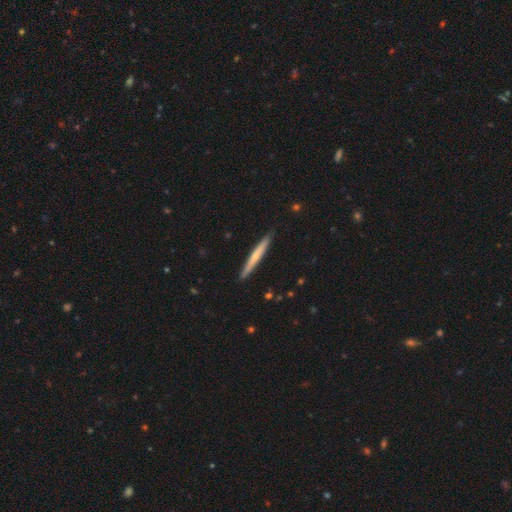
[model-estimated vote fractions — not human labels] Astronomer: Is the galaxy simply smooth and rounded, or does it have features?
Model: featured or disk — 50% (runner-up: smooth, 44%).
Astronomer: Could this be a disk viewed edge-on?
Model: yes — 96%.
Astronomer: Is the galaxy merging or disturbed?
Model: none — 90%.